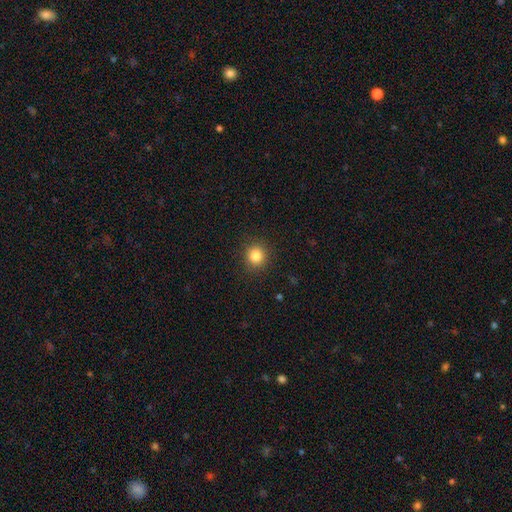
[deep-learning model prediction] Smooth or featured? smooth (83%)
How rounded? round (92%)
Merging? none (91%)